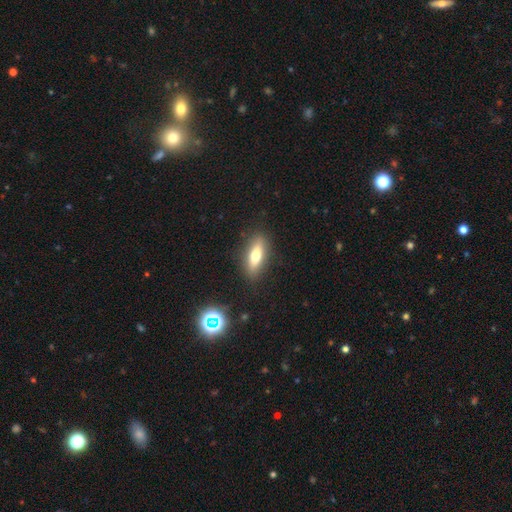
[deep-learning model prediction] Smooth or featured? smooth (62%)
How rounded? in between (57%)
Merging? none (87%)